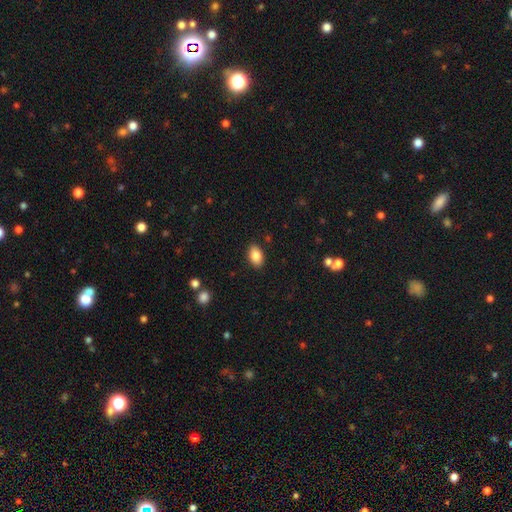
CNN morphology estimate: Q: Smooth or featured?
A: smooth (85%); runner-up: star or artifact (8%)
Q: How rounded?
A: in between (90%); runner-up: round (9%)
Q: Merging?
A: none (89%); runner-up: minor disturbance (8%)